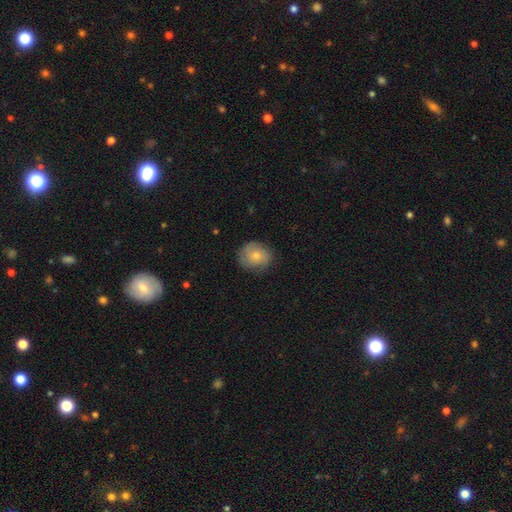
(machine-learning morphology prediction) This appears to be a smooth galaxy with no disk features (71%) that is round (81%). Merging: none (78%).